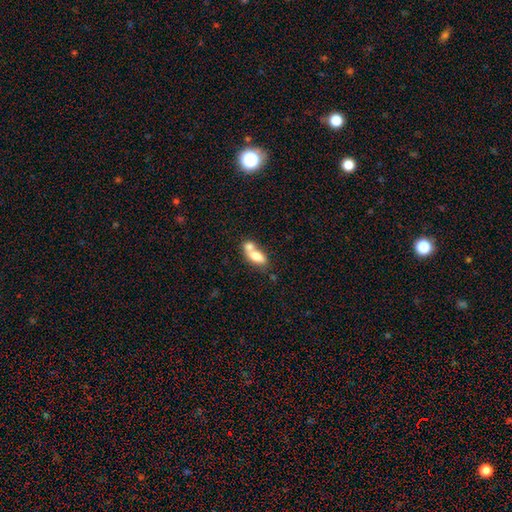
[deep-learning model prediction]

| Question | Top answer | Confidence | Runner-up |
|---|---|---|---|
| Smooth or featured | smooth | 72% | featured or disk (20%) |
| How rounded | in between | 80% | cigar-shaped (12%) |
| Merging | merger | 64% | none (22%) |